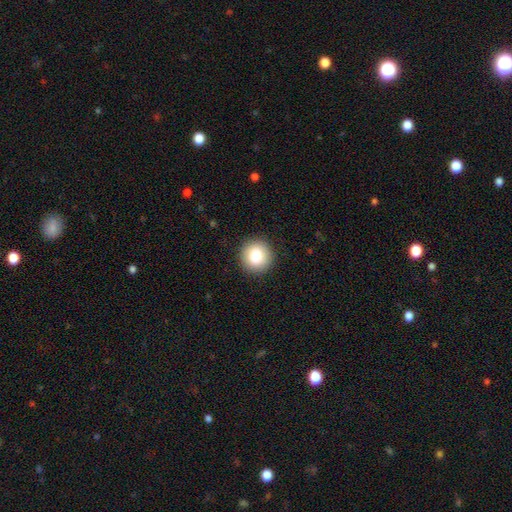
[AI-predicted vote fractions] smooth-or-featured: smooth: 84% | star or artifact: 9% | featured or disk: 8%
  how-rounded: round: 92% | in between: 7% | cigar-shaped: 1%
  merging: none: 91% | minor disturbance: 6% | major disturbance: 2% | merger: 1%